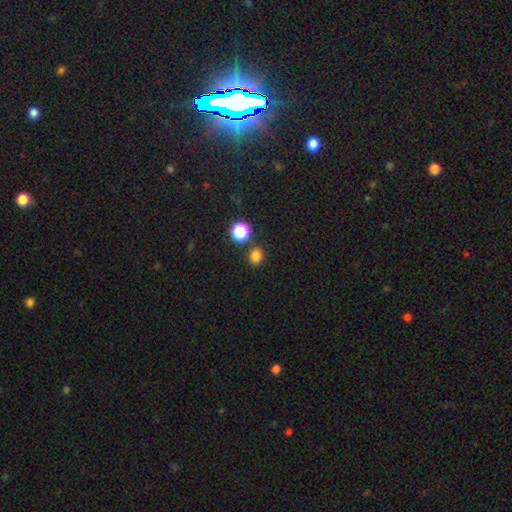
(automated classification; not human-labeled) smooth 80%, star or artifact 16%, featured or disk 4%. Down the decision tree: how rounded — round (76%); merging — none (81%).